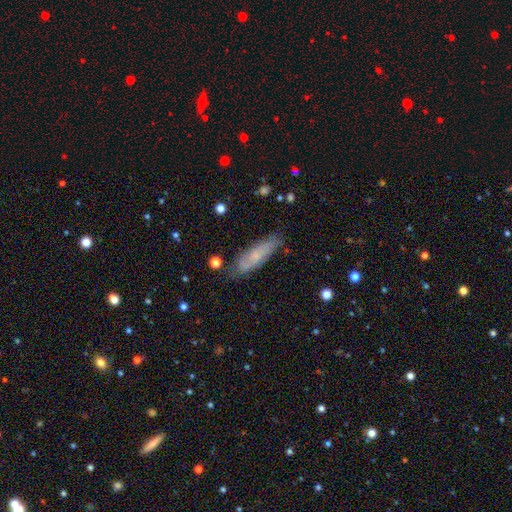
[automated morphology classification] This appears to be a smooth galaxy with no disk features (53%) that is cigar-shaped (58%). Merging: none (76%).